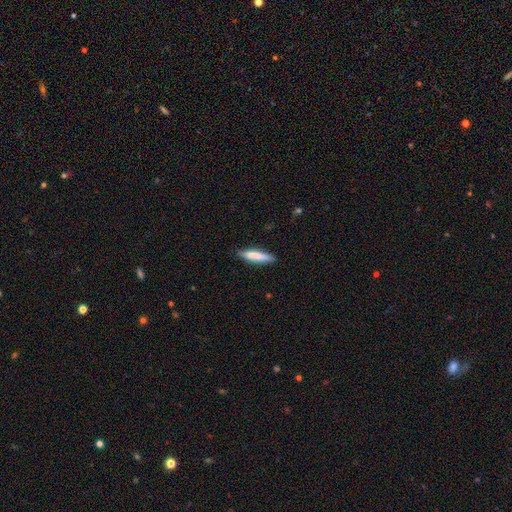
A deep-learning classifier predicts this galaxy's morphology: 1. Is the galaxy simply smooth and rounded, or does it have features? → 80% smooth, 15% featured or disk, 6% star or artifact.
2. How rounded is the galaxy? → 78% cigar-shaped, 20% in between, 1% round.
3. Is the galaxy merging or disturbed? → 81% none, 15% minor disturbance, 2% major disturbance, 1% merger.